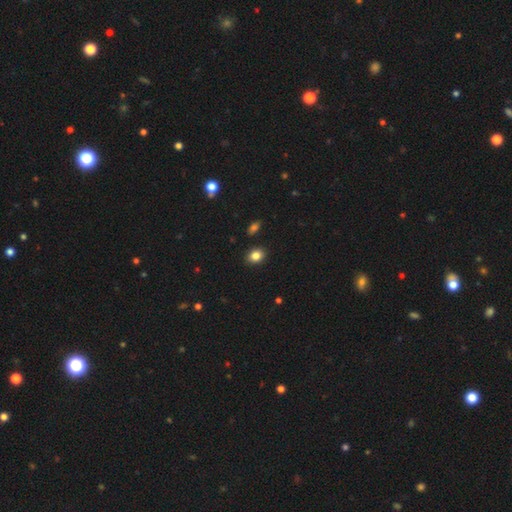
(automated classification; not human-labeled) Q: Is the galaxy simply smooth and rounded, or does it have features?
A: smooth — 84%.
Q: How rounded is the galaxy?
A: in between — 56%.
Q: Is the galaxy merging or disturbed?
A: none — 88%.